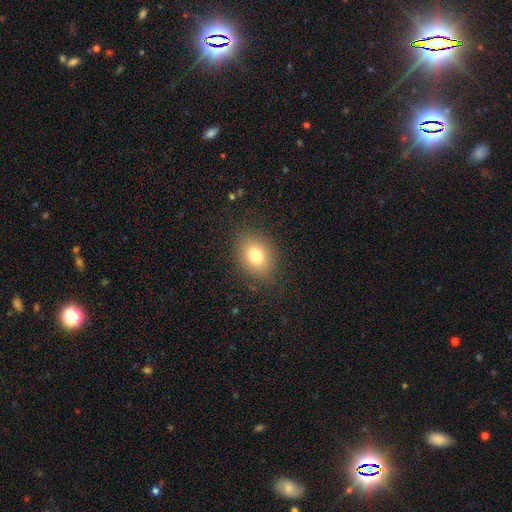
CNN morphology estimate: Smooth or featured? smooth (77%)
How rounded? in between (56%)
Merging? none (85%)